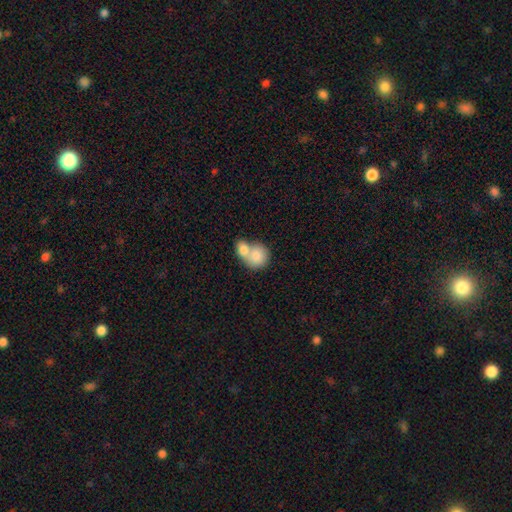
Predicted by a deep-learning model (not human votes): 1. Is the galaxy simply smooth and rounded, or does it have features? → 79% smooth, 15% featured or disk, 6% star or artifact.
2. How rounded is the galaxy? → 66% round, 33% in between, 1% cigar-shaped.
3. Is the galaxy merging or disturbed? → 72% merger, 19% none, 6% minor disturbance, 3% major disturbance.